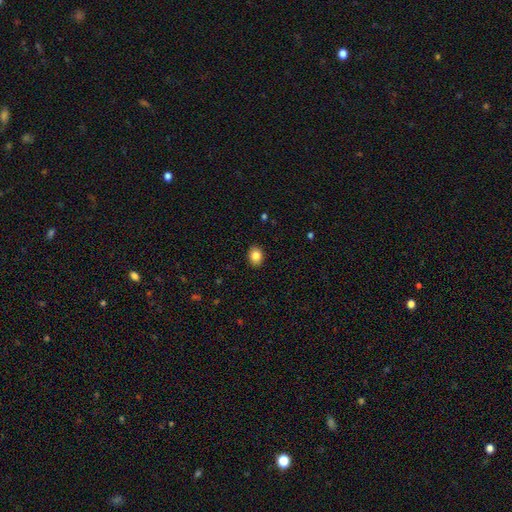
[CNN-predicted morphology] A smooth galaxy with no disk features (84%) that is in between round and cigar-shaped (52%).

Vote fractions:
- Smooth or featured? smooth: 84% / star or artifact: 9% / featured or disk: 6%
- How rounded? in between: 52% / round: 48% / cigar-shaped: 1%
- Merging? none: 90% / minor disturbance: 7% / major disturbance: 2% / merger: 1%